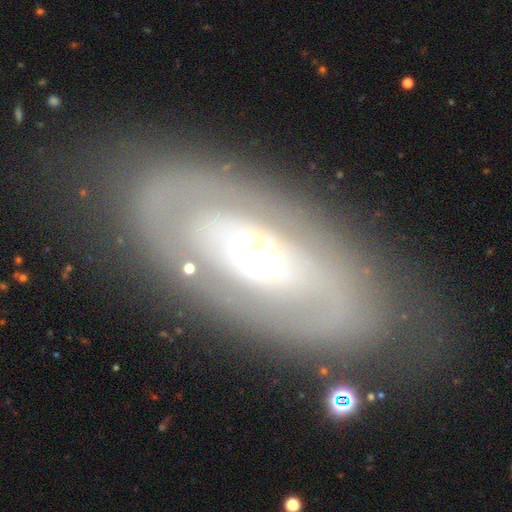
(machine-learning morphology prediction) Q: Smooth or featured?
A: featured or disk (72%); runner-up: smooth (23%)
Q: Edge-on disk?
A: no (90%); runner-up: yes (10%)
Q: Bar?
A: no (75%); runner-up: weak (16%)
Q: Spiral arms?
A: no (59%); runner-up: yes (41%)
Q: Bulge size?
A: moderate (61%); runner-up: small (25%)
Q: Merging?
A: none (79%); runner-up: minor disturbance (12%)